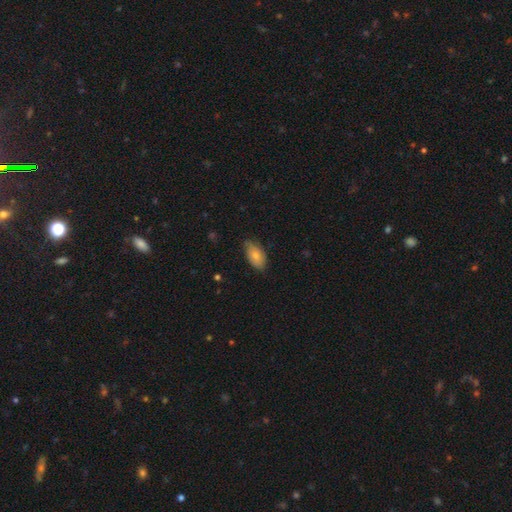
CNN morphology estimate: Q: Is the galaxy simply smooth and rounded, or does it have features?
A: smooth — 76%.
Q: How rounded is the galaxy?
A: in between — 93%.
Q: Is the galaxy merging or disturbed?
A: none — 70%.